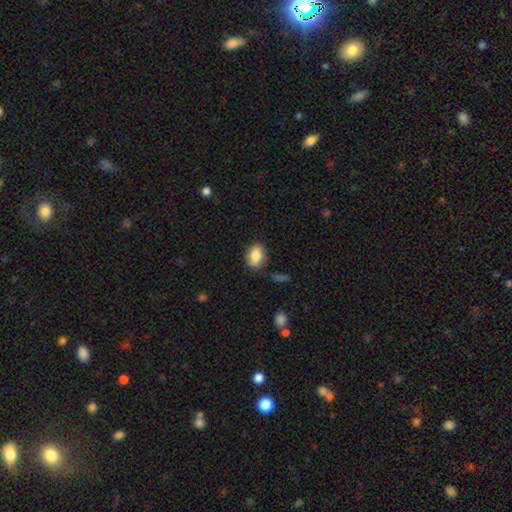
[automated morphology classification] Smooth or featured?
  - smooth: 85% *
  - star or artifact: 8%
  - featured or disk: 7%
How rounded?
  - in between: 77% *
  - round: 22%
  - cigar-shaped: 2%
Merging?
  - none: 80% *
  - minor disturbance: 14%
  - major disturbance: 3%
  - merger: 3%